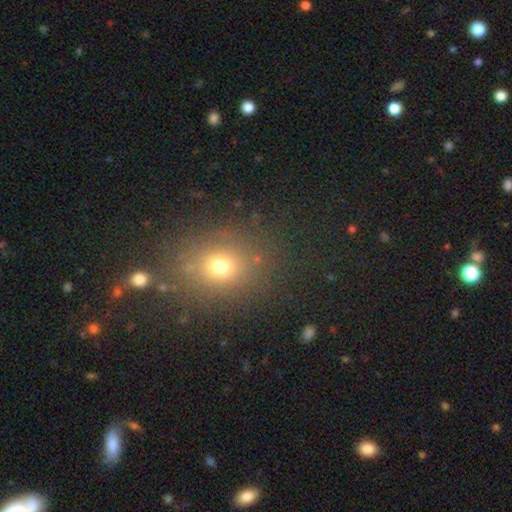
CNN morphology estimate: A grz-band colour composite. It shows a smooth galaxy with no disk features (60%) that is round (57%). Merging: none (83%).